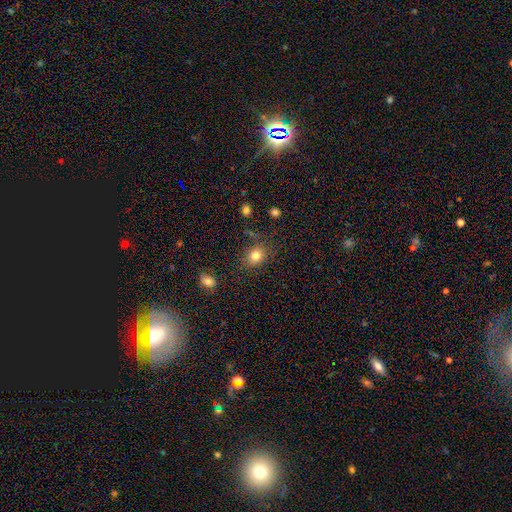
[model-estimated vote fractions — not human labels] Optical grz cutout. It shows a smooth galaxy with no disk features (80%) that is round (60%). Merging: none (79%).